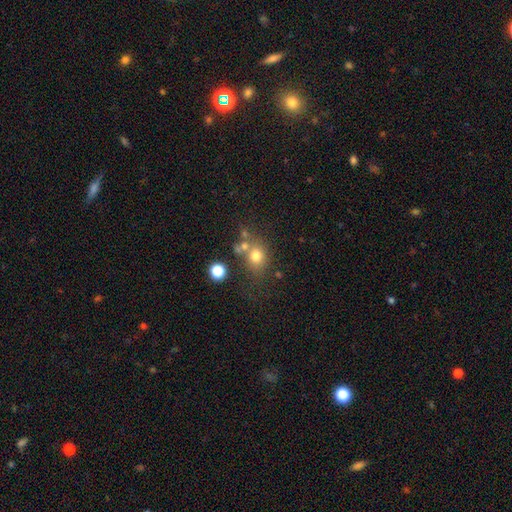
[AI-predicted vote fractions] smooth-or-featured: smooth: 73% | star or artifact: 15% | featured or disk: 12%
  how-rounded: round: 67% | in between: 32% | cigar-shaped: 1%
  merging: none: 58% | merger: 21% | minor disturbance: 14% | major disturbance: 7%